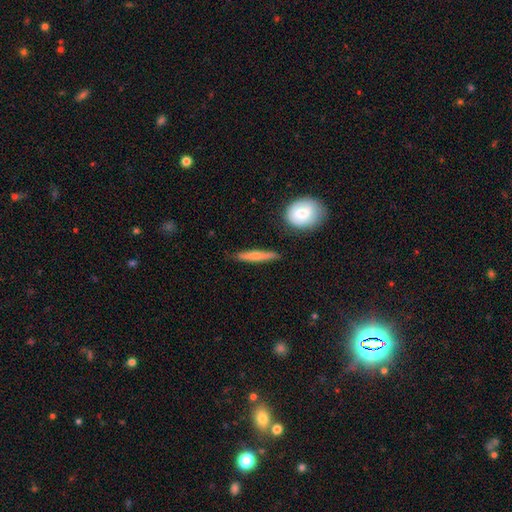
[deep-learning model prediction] Q: Smooth or featured?
A: smooth (61%); runner-up: featured or disk (33%)
Q: How rounded?
A: cigar-shaped (89%); runner-up: in between (8%)
Q: Merging?
A: none (83%); runner-up: minor disturbance (12%)